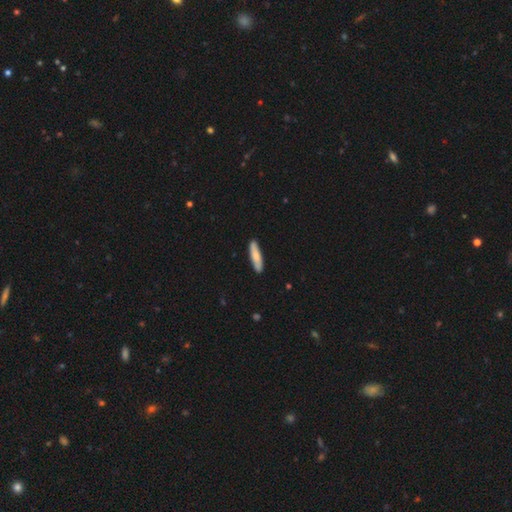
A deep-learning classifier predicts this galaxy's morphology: type=smooth (74%); roundness=cigar-shaped (79%); merging=none (89%).